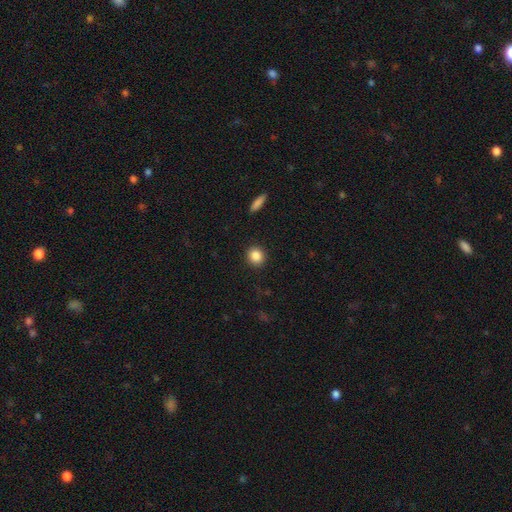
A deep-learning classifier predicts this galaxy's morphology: type=smooth (87%); roundness=round (82%); merging=none (91%).